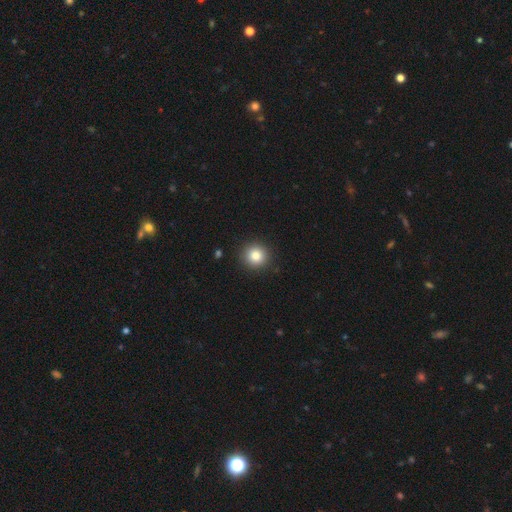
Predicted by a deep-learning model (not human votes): Smooth or featured? smooth (83%)
How rounded? round (93%)
Merging? none (91%)